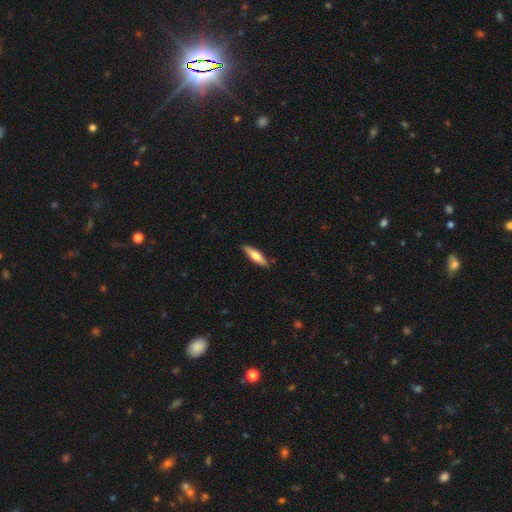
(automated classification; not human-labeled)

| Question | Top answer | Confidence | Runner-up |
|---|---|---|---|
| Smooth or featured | smooth | 61% | featured or disk (34%) |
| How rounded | cigar-shaped | 66% | in between (33%) |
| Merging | none | 87% | minor disturbance (10%) |